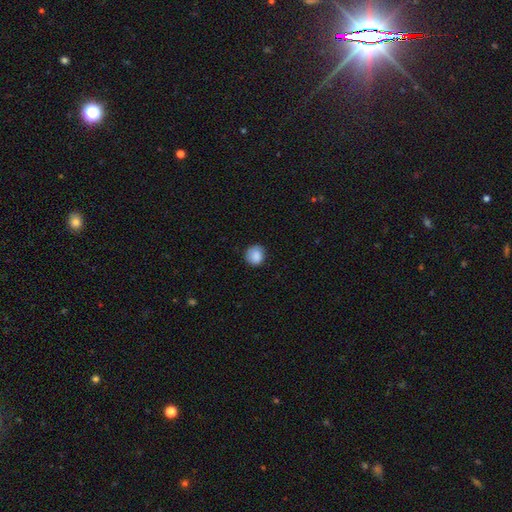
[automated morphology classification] smooth_or_featured: smooth (p=0.86) [alt: star or artifact p=0.08]
how_rounded: round (p=0.87) [alt: in between p=0.12]
merging: none (p=0.81) [alt: minor disturbance p=0.14]